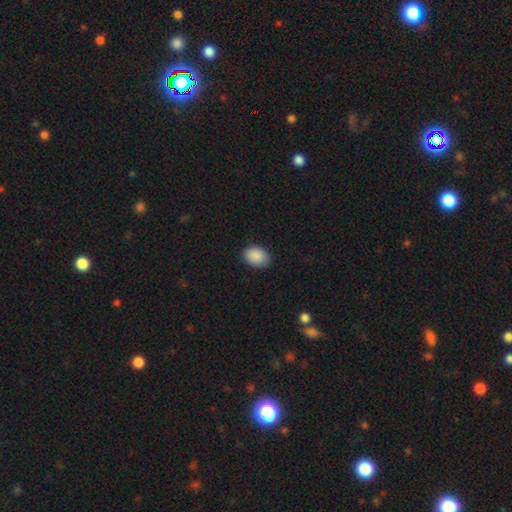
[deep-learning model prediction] smooth_or_featured: smooth (p=0.90) [alt: star or artifact p=0.07]
how_rounded: in between (p=0.72) [alt: round p=0.27]
merging: none (p=0.85) [alt: minor disturbance p=0.11]